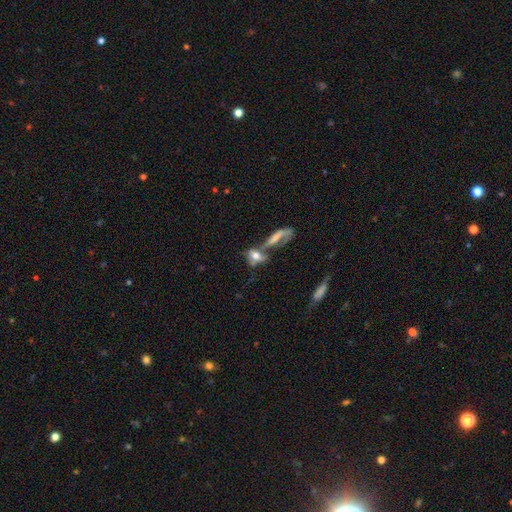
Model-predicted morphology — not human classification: smooth 54%, featured or disk 35%, star or artifact 11%. Down the decision tree: how rounded — in between (64%); merging — merger (59%).